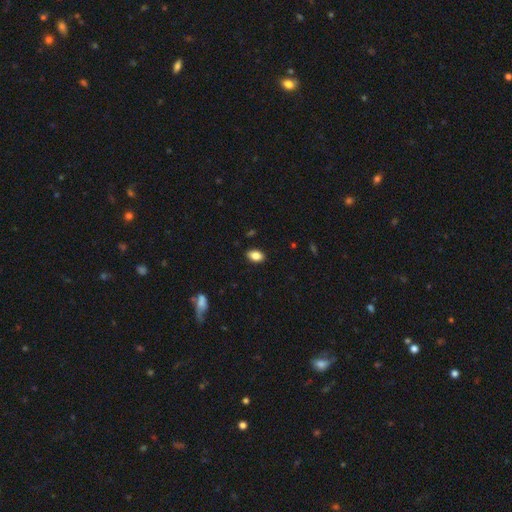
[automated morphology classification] Smooth or featured? smooth (86%)
How rounded? in between (89%)
Merging? none (88%)